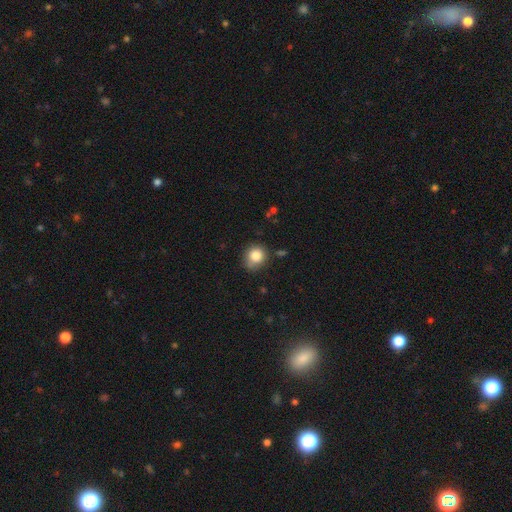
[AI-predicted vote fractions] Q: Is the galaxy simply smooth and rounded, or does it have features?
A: smooth — 84%.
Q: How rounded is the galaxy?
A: round — 80%.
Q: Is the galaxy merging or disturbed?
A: none — 72%.